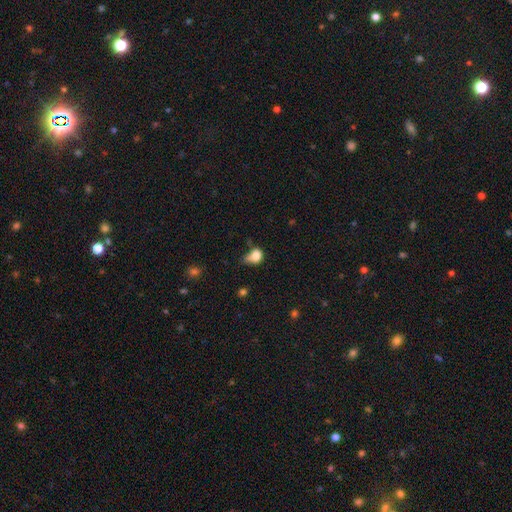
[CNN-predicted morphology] Q: Smooth or featured?
A: smooth (79%); runner-up: featured or disk (11%)
Q: How rounded?
A: in between (51%); runner-up: round (47%)
Q: Merging?
A: minor disturbance (40%); runner-up: none (26%)